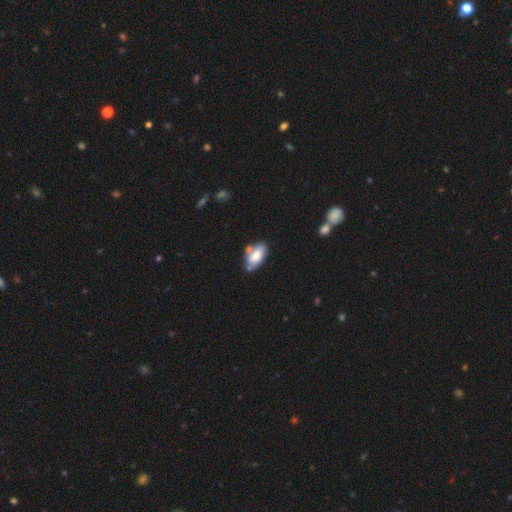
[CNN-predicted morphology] The model was most divided on "merging": none: 51%, minor disturbance: 25%, merger: 18%, major disturbance: 6%. More confident: how rounded — in between (92%); smooth or featured — smooth (73%).